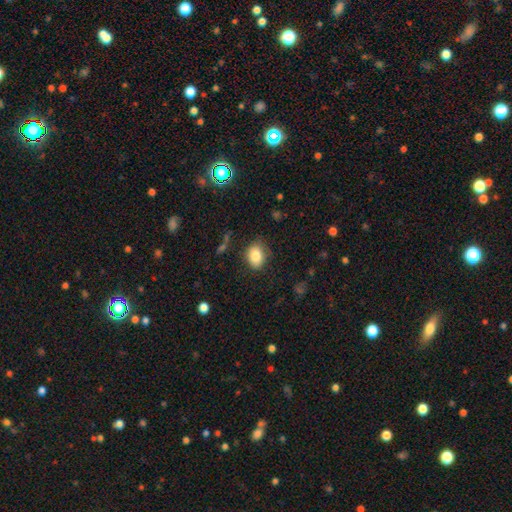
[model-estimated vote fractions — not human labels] Morphology: type=smooth (84%); roundness=in between (72%); merging=none (77%).